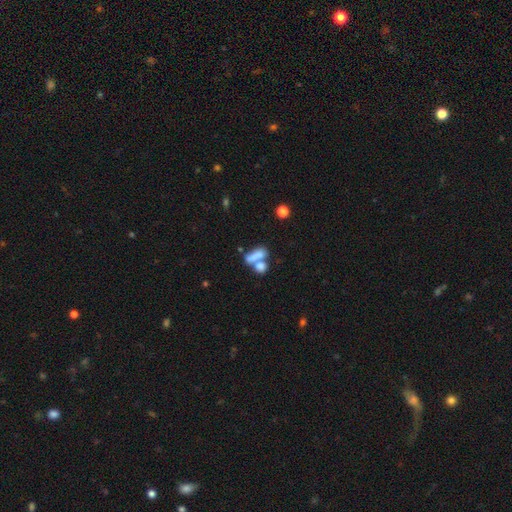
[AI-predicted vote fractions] A smooth galaxy with no disk features (69%) that is in between round and cigar-shaped (66%). Merging: merger (57%).